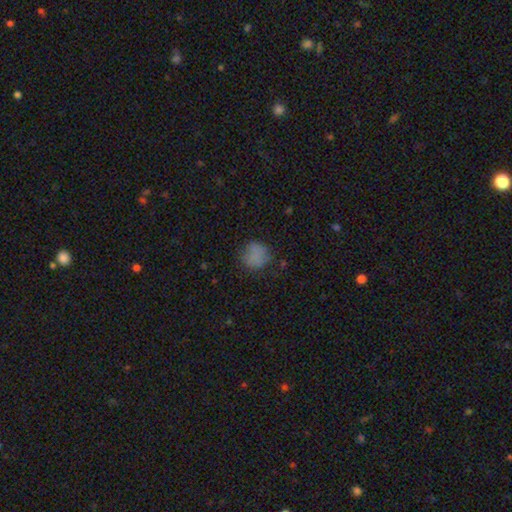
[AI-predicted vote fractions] Morphology: type=smooth (78%); roundness=round (83%); merging=none (69%).